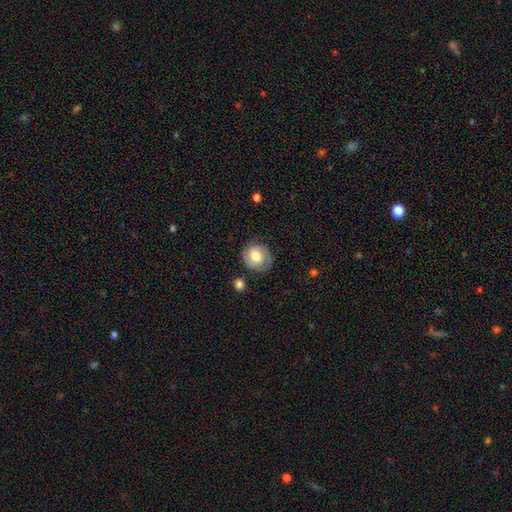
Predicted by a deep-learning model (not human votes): A smooth galaxy with no disk features (67%) that is round (78%).

Vote fractions:
- Smooth or featured? smooth: 67% / featured or disk: 25% / star or artifact: 7%
- How rounded? round: 78% / in between: 22% / cigar-shaped: 1%
- Merging? none: 72% / minor disturbance: 19% / major disturbance: 6% / merger: 3%